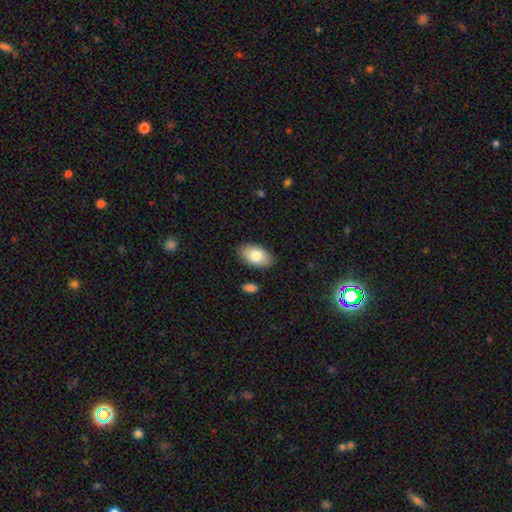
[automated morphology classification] This appears to be a smooth galaxy with no disk features (81%) that is in between round and cigar-shaped (94%). Merging: none (85%).